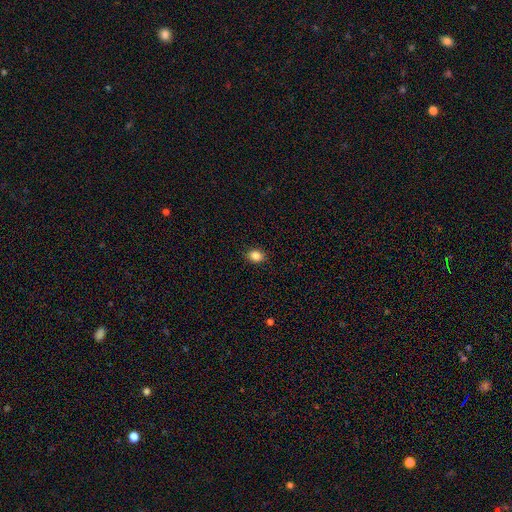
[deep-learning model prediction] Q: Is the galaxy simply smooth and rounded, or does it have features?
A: smooth — 86%.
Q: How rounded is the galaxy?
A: in between — 54%.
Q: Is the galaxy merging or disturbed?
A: none — 89%.